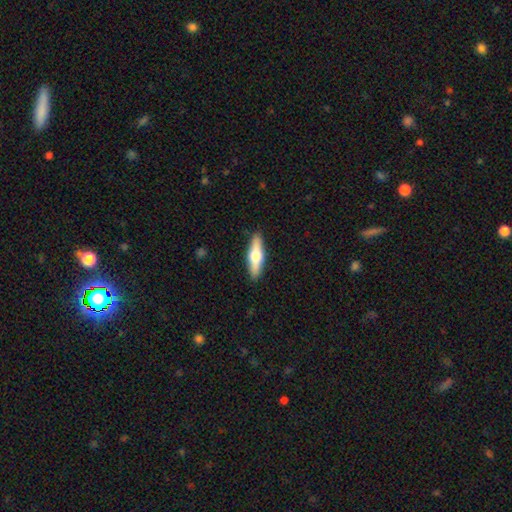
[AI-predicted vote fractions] A smooth galaxy with no disk features (48%). Merging: none (90%).